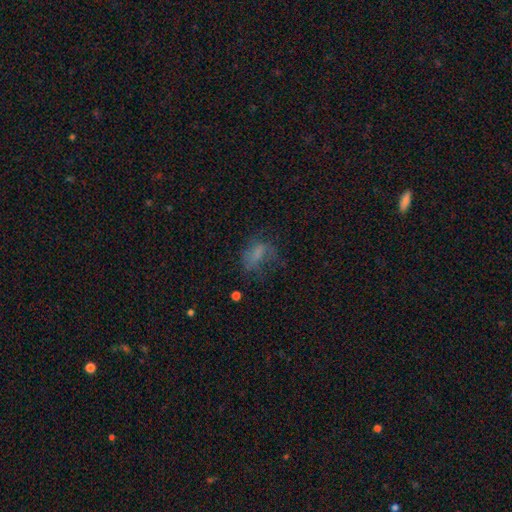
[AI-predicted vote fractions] This appears to be a smooth galaxy with no disk features (55%) that is in between round and cigar-shaped (78%). Merging: none (39%).